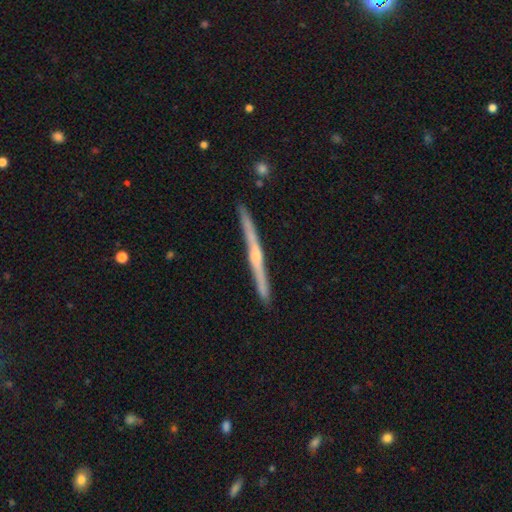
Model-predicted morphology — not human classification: Smooth or featured? Predicted: featured or disk (p=0.80). Edge-on disk? Predicted: yes (p=0.98). Edge-on bulge? Predicted: rounded (p=0.71). Merging? Predicted: none (p=0.90).